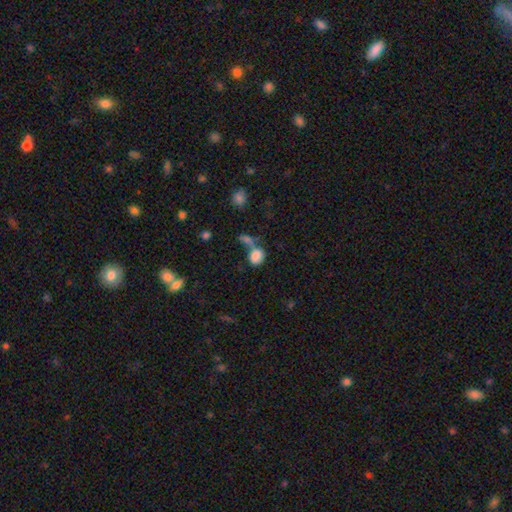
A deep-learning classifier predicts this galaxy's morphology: Overall: smooth (83%). How rounded: in between (61%; round 37%). Merging: merger (45%; none 35%).